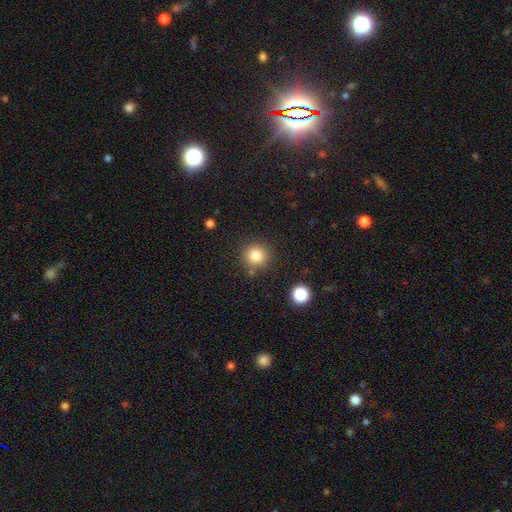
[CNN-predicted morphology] Smooth or featured? smooth (82%)
How rounded? round (94%)
Merging? none (85%)